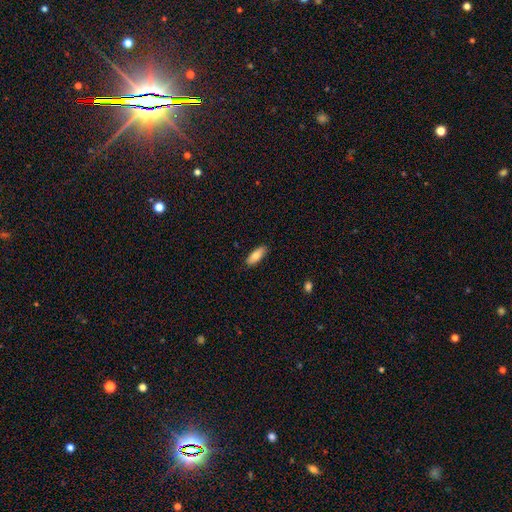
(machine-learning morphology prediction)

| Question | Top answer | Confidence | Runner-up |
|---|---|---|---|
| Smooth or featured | smooth | 80% | featured or disk (14%) |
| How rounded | in between | 76% | cigar-shaped (22%) |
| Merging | none | 87% | minor disturbance (10%) |